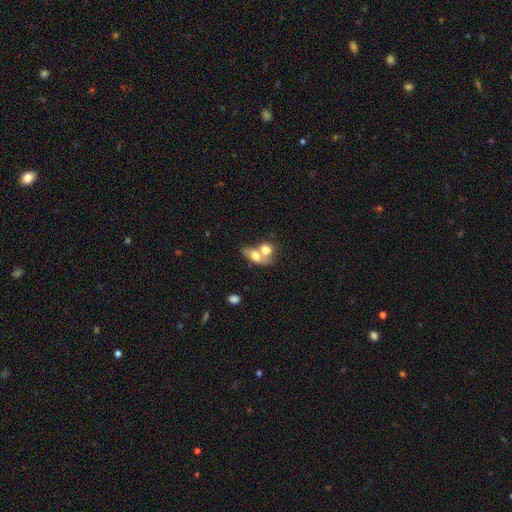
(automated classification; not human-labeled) This is likely a smooth galaxy (64%). How rounded: likely in between (69%). Merging: likely merger (69%).